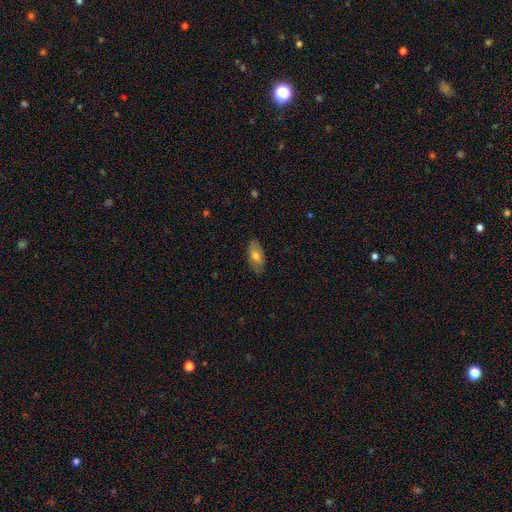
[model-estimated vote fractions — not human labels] Smooth or featured? smooth (70%)
How rounded? in between (89%)
Merging? none (82%)